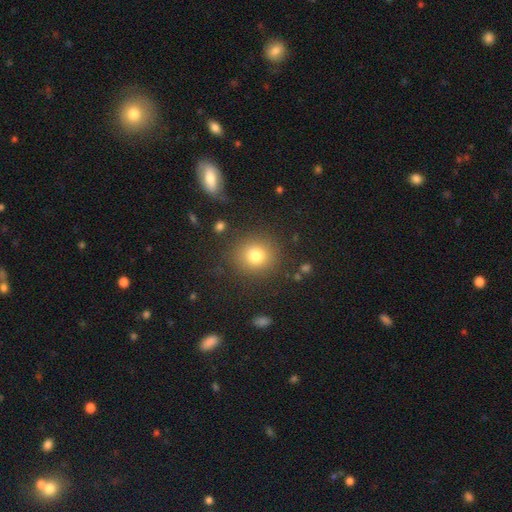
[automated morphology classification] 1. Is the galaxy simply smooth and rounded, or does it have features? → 79% smooth, 13% star or artifact, 8% featured or disk.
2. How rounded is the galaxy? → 89% round, 10% in between, 1% cigar-shaped.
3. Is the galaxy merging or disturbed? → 87% none, 8% minor disturbance, 4% major disturbance, 2% merger.